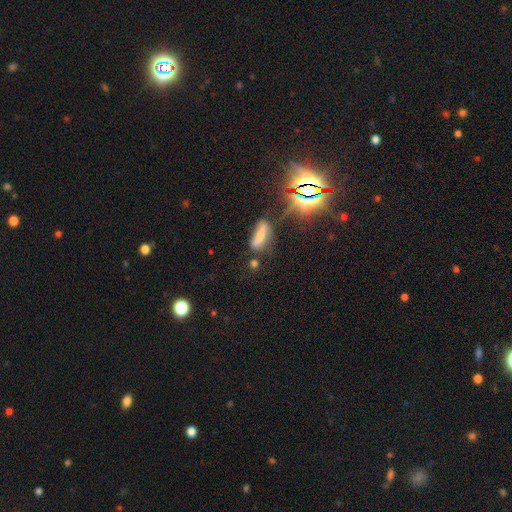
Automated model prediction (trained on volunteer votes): Smooth or featured? Predicted: star or artifact (p=0.69).